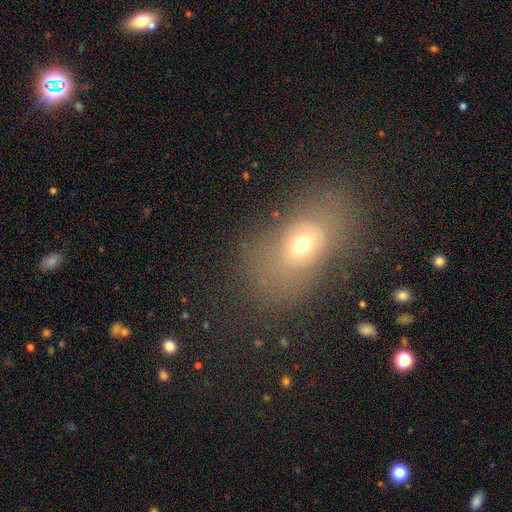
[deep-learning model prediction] This appears to be a smooth galaxy with no disk features (60%) that is in between round and cigar-shaped (73%). Merging: none (69%).